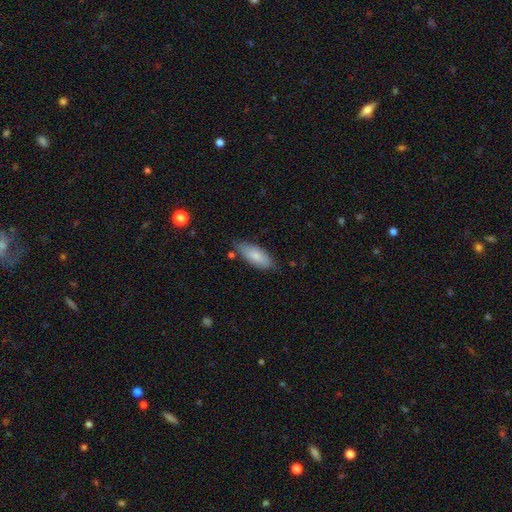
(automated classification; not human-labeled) smooth_or_featured: smooth (p=0.78) [alt: featured or disk p=0.16]
how_rounded: in between (p=0.81) [alt: cigar-shaped p=0.17]
merging: none (p=0.72) [alt: minor disturbance p=0.21]